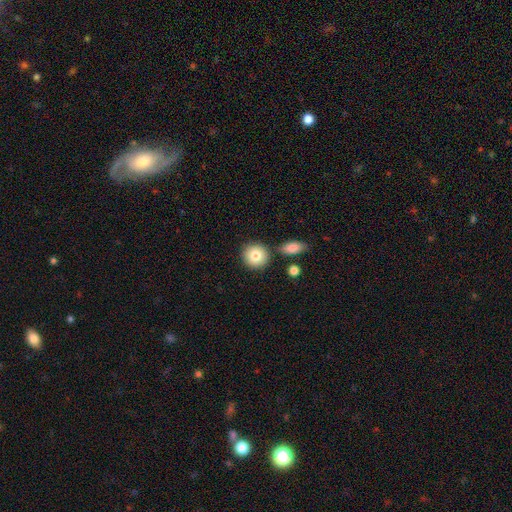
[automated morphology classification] Smooth or featured?
  - smooth: 82% *
  - featured or disk: 10%
  - star or artifact: 8%
How rounded?
  - round: 91% *
  - in between: 8%
  - cigar-shaped: 1%
Merging?
  - none: 81% *
  - merger: 9%
  - minor disturbance: 8%
  - major disturbance: 2%